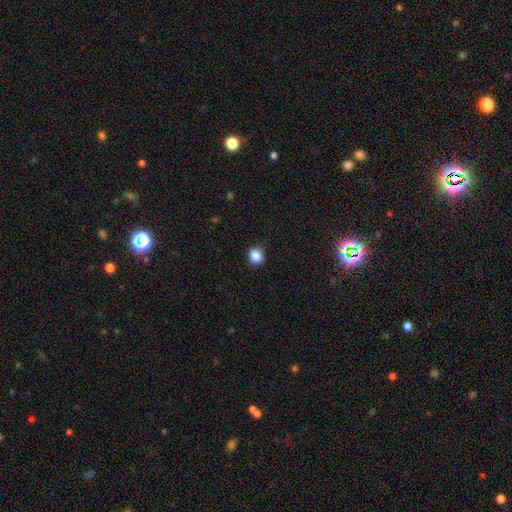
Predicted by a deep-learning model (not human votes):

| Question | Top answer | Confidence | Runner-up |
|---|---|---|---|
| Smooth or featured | smooth | 88% | star or artifact (10%) |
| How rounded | round | 80% | in between (19%) |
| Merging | none | 89% | minor disturbance (8%) |